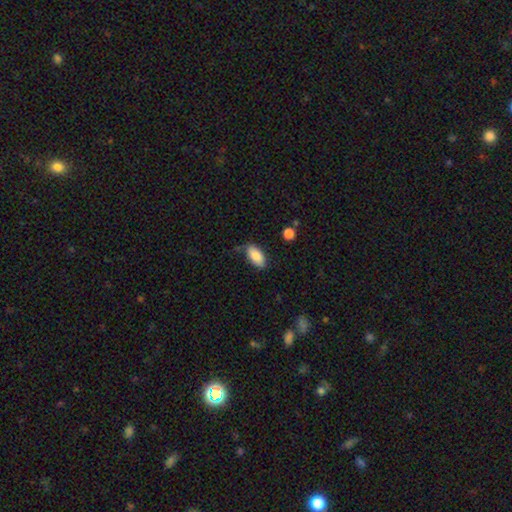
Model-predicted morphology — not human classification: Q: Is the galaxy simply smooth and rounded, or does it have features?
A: smooth — 84%.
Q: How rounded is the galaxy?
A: in between — 91%.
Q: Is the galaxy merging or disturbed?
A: none — 75%.